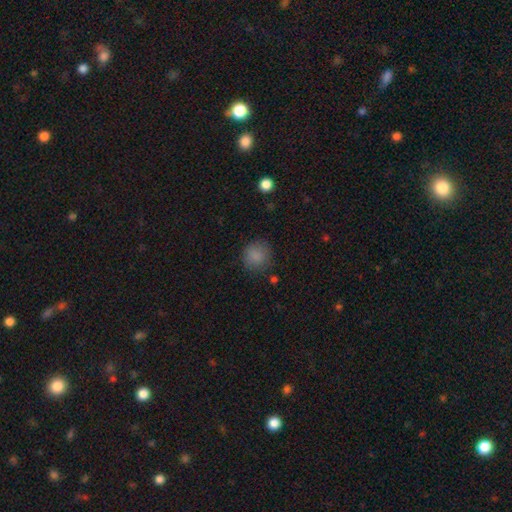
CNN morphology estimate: A smooth galaxy with no disk features (85%) that is round (88%). Merging: none (81%).